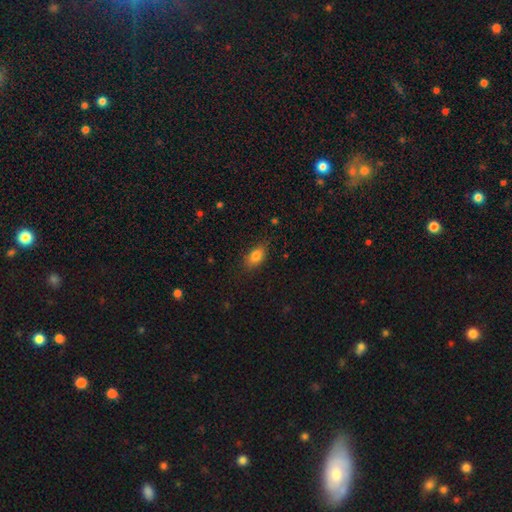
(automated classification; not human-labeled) smooth_or_featured: smooth (p=0.82) [alt: star or artifact p=0.09]
how_rounded: in between (p=0.86) [alt: round p=0.10]
merging: none (p=0.79) [alt: minor disturbance p=0.16]